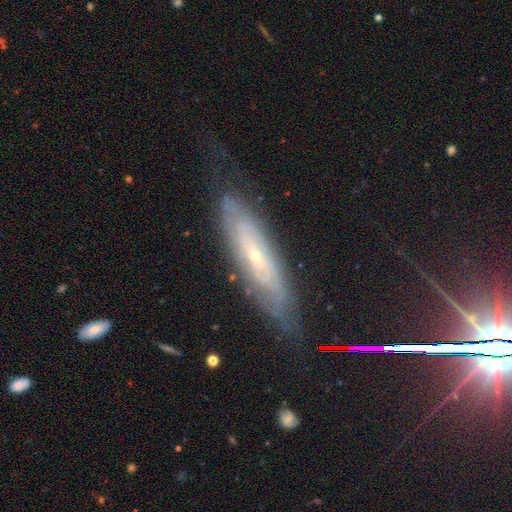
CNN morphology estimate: Overall: featured or disk (74%). Edge-on disk: no (69%; yes 31%). Bar: no (66%). Spiral arms: yes (84%). Bulge size: small (78%). Merging: none (73%).